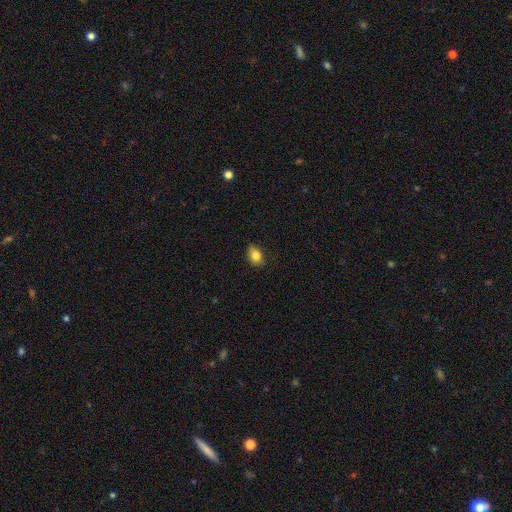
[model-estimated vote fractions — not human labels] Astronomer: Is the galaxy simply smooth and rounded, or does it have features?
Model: smooth — 83%.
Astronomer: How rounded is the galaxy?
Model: in between — 69%.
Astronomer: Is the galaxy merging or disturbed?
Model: none — 83%.